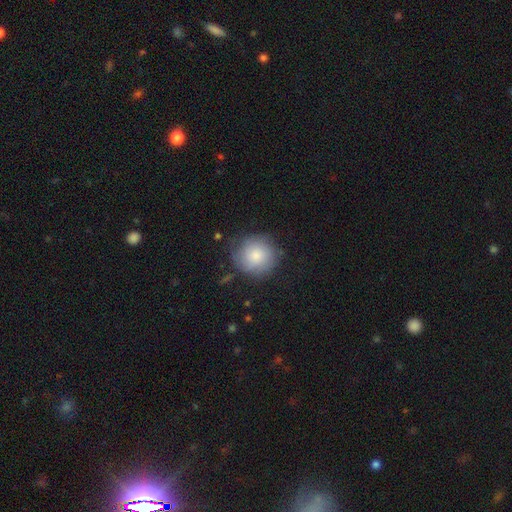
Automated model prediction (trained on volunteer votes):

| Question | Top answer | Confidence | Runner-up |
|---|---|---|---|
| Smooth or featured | smooth | 76% | featured or disk (17%) |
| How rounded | round | 92% | in between (7%) |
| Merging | none | 72% | minor disturbance (20%) |